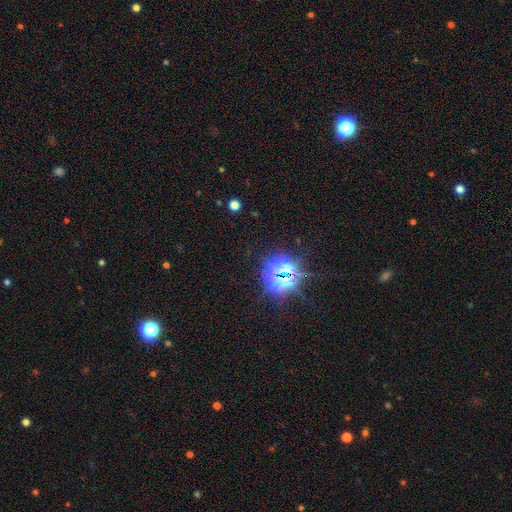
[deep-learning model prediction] smooth_or_featured: star or artifact (p=0.82) [alt: smooth p=0.11]